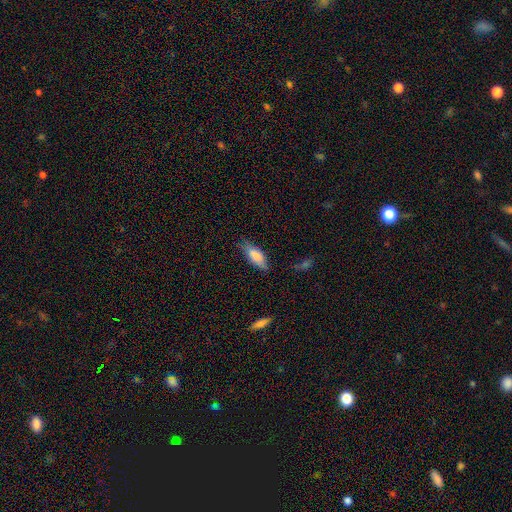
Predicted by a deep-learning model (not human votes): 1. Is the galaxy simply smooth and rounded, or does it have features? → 78% smooth, 15% featured or disk, 7% star or artifact.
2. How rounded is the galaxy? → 70% in between, 28% cigar-shaped, 2% round.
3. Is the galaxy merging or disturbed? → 69% none, 23% minor disturbance, 5% major disturbance, 2% merger.